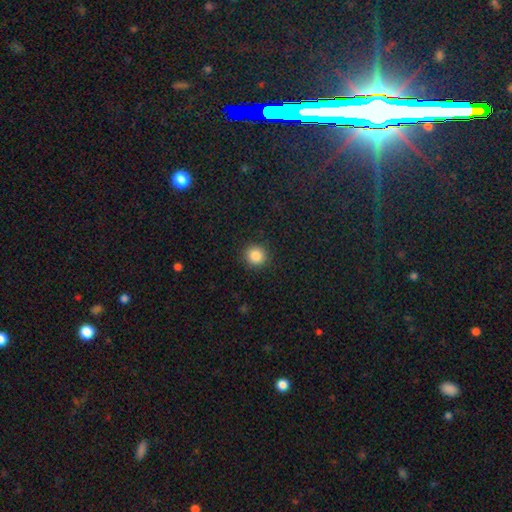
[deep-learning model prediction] A smooth galaxy with no disk features (86%) that is round (92%).

Vote fractions:
- Smooth or featured? smooth: 86% / star or artifact: 10% / featured or disk: 4%
- How rounded? round: 92% / in between: 7% / cigar-shaped: 1%
- Merging? none: 91% / minor disturbance: 6% / major disturbance: 2% / merger: 1%